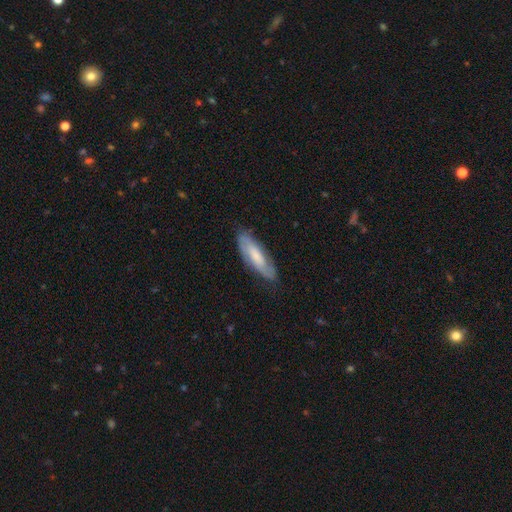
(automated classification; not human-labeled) This is possibly a smooth galaxy (47%). Merging: likely none (77%).